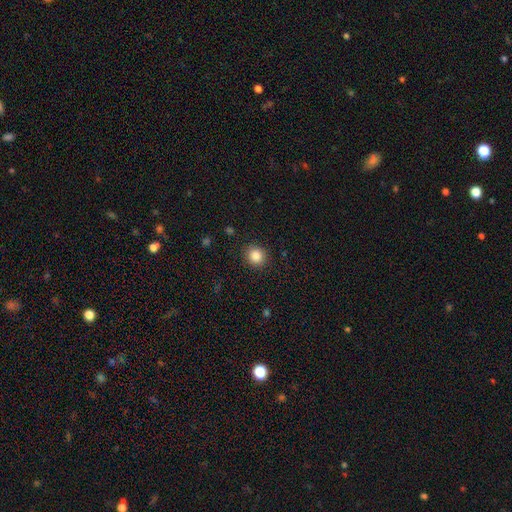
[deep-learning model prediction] Smooth or featured: smooth — 85% (star or artifact — 10%)
How rounded: round — 86% (in between — 13%)
Merging: none — 90% (minor disturbance — 7%)